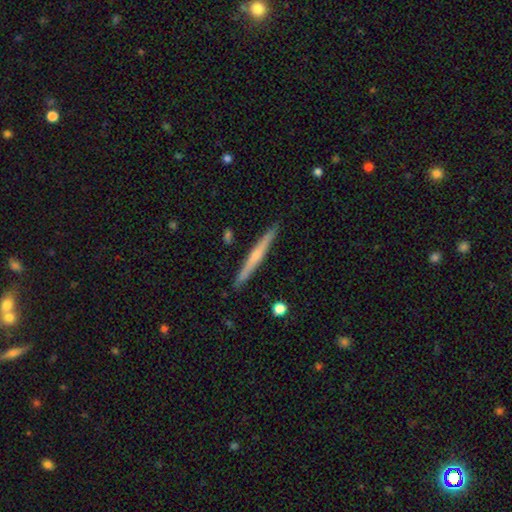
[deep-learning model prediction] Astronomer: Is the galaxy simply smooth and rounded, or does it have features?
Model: featured or disk — 61%.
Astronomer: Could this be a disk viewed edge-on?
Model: yes — 98%.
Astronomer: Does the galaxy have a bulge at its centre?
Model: rounded — 63%.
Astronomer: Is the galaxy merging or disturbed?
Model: none — 90%.